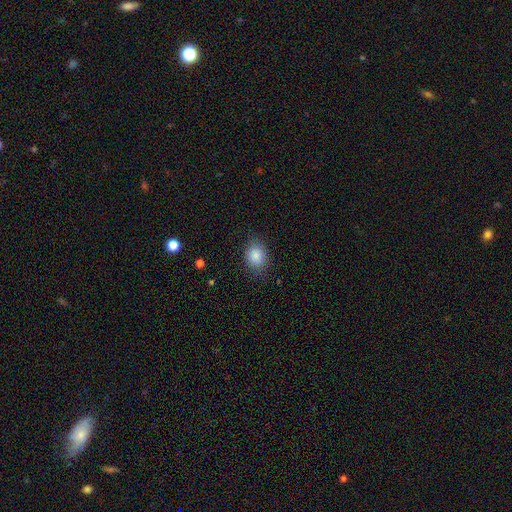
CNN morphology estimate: Smooth or featured? smooth (86%)
How rounded? in between (51%)
Merging? none (82%)